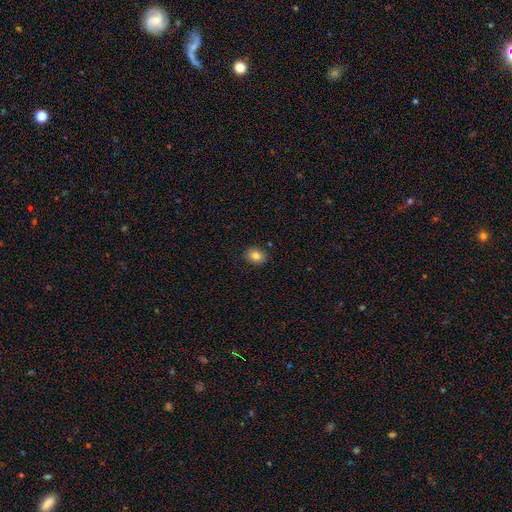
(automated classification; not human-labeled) This appears to be a smooth galaxy with no disk features (83%) that is in between round and cigar-shaped (52%). Merging: none (87%).